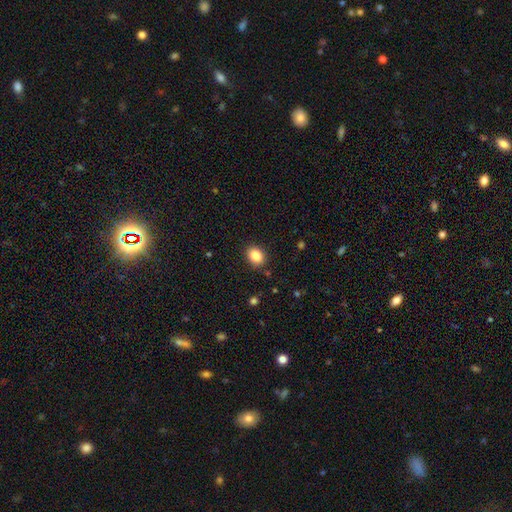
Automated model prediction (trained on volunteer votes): Morphology: type=smooth (86%); roundness=in between (55%); merging=none (88%).